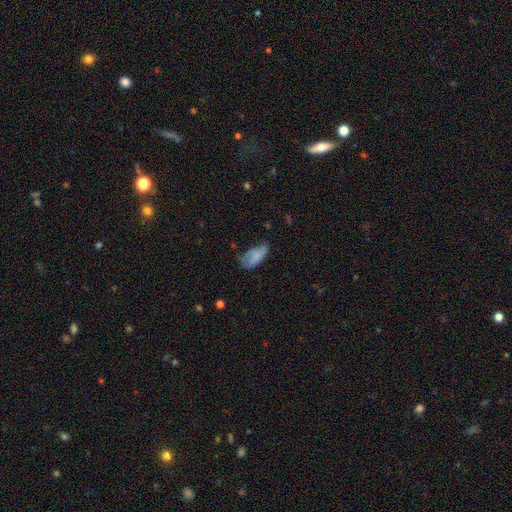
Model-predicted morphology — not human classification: This appears to be a smooth galaxy with no disk features (69%) that is in between round and cigar-shaped (90%). Merging: none (42%).